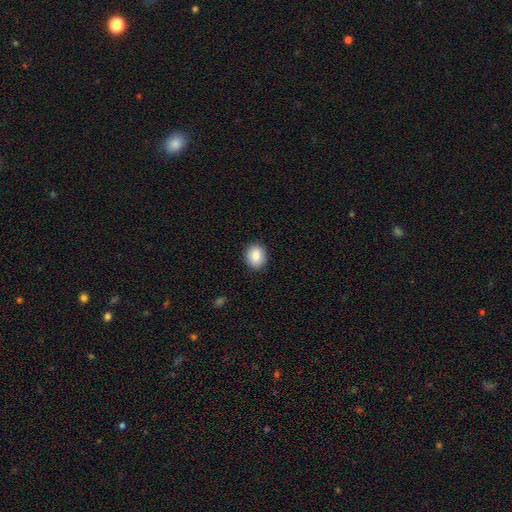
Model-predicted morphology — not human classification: type=smooth (87%); roundness=round (51%); merging=none (89%).